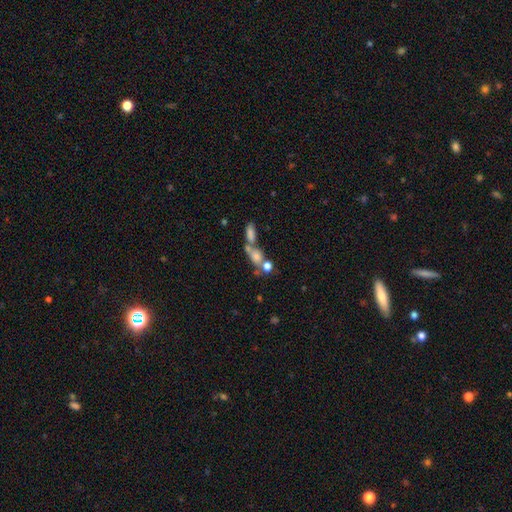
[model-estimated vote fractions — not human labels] Q: Smooth or featured?
A: smooth (65%); runner-up: featured or disk (22%)
Q: How rounded?
A: in between (56%); runner-up: round (32%)
Q: Merging?
A: merger (51%); runner-up: none (31%)